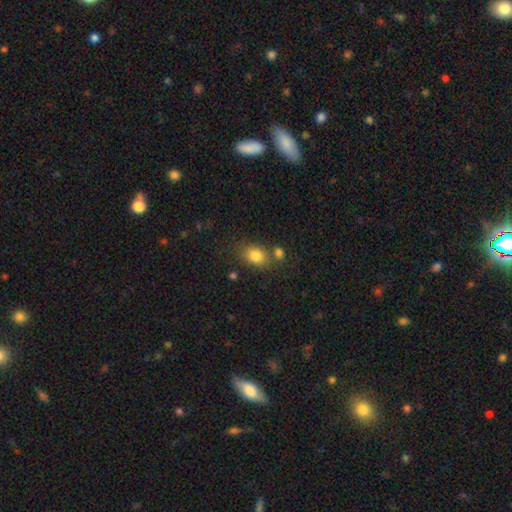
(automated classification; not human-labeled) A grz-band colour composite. It shows a smooth galaxy with no disk features (82%) that is in between round and cigar-shaped (62%). Merging: none (65%).